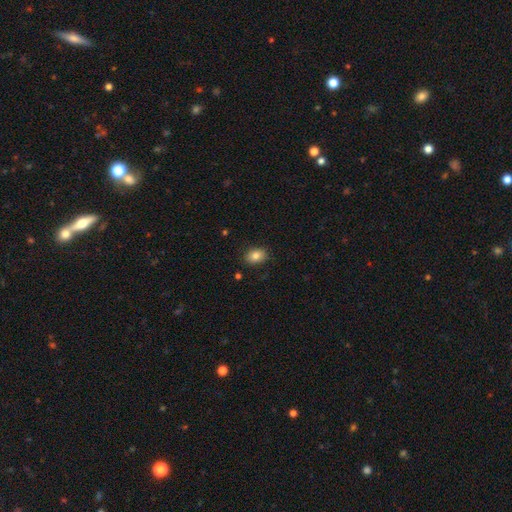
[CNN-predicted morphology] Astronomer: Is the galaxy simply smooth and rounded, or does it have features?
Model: smooth — 83%.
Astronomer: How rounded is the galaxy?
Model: in between — 69%.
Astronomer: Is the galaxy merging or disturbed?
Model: none — 86%.